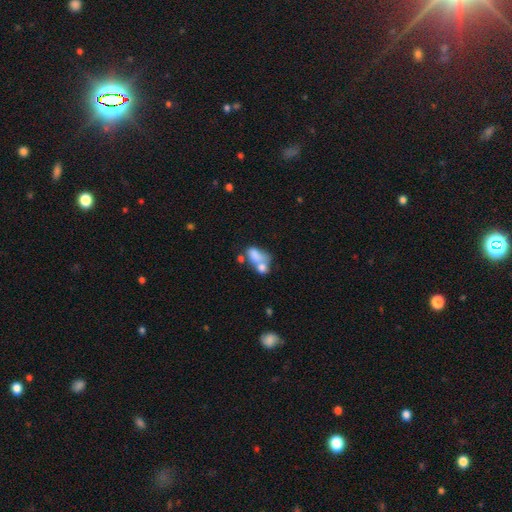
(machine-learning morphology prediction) Smooth or featured? smooth (68%)
How rounded? in between (78%)
Merging? merger (65%)